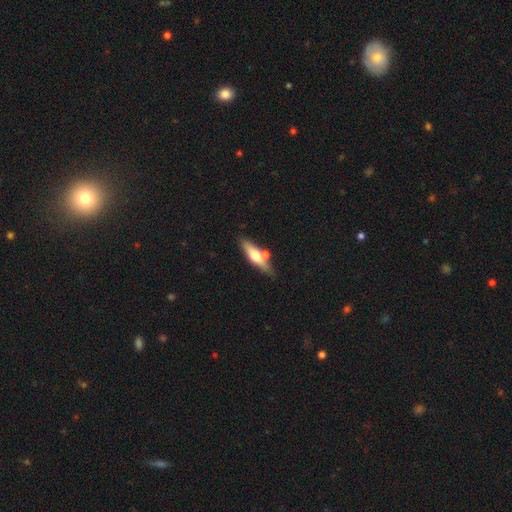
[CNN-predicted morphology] Overall: featured or disk (50%; smooth 44%). Merging: none (69%).